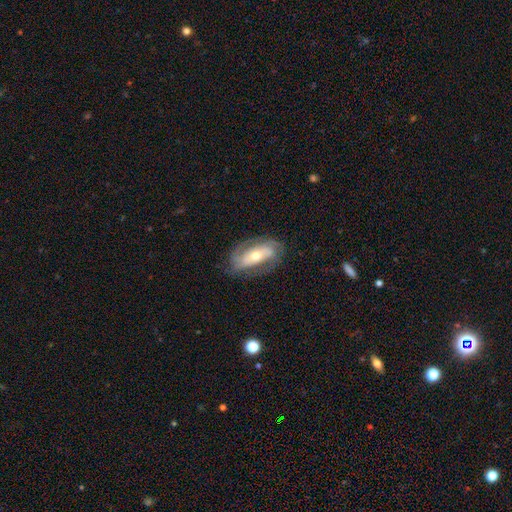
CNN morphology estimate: Q: Smooth or featured?
A: featured or disk (72%); runner-up: smooth (22%)
Q: Edge-on disk?
A: no (89%); runner-up: yes (11%)
Q: Bar?
A: no (41%); runner-up: strong (34%)
Q: Spiral arms?
A: yes (81%); runner-up: no (19%)
Q: Spiral winding?
A: tight (43%); runner-up: medium (38%)
Q: Spiral arm count?
A: 2 (69%); runner-up: can't tell (18%)
Q: Bulge size?
A: moderate (59%); runner-up: small (34%)
Q: Merging?
A: none (74%); runner-up: minor disturbance (17%)